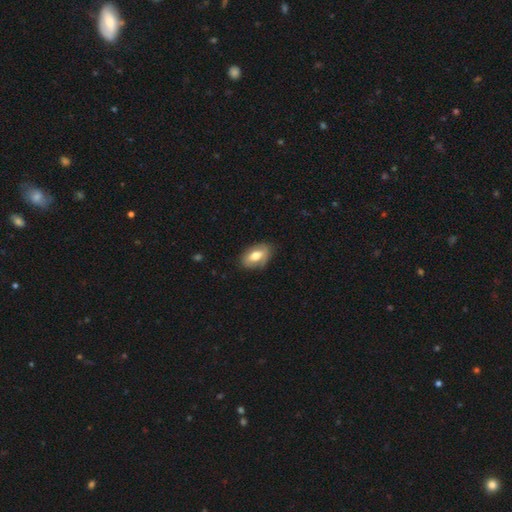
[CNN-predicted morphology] Smooth or featured? Predicted: smooth (p=0.65). How rounded? Predicted: in between (p=0.91). Merging? Predicted: none (p=0.75).